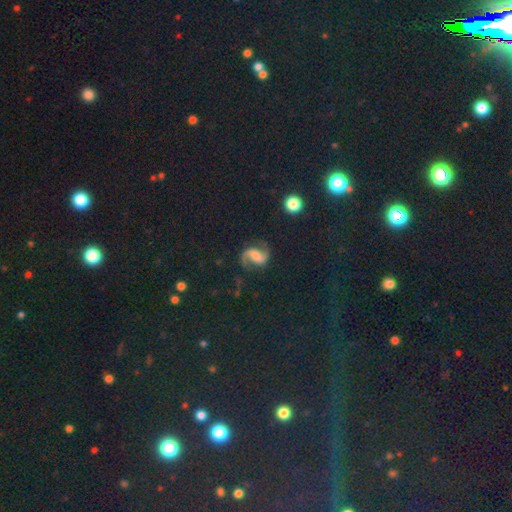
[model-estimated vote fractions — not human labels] Smooth or featured?
  - featured or disk: 78% *
  - star or artifact: 13%
  - smooth: 9%
Edge-on disk?
  - no: 98% *
  - yes: 2%
Bar?
  - weak: 42% *
  - no: 35%
  - strong: 23%
Spiral arms?
  - yes: 97% *
  - no: 3%
Spiral winding?
  - loose: 48% *
  - medium: 42%
  - tight: 10%
Spiral arm count?
  - 2: 94% *
  - 1: 1%
  - can't tell: 1%
  - 3: 1%
  - 4: 1%
  - more than 4: 1%
Bulge size?
  - moderate: 33% *
  - small: 24%
  - none: 21%
  - large: 19%
  - dominant: 4%
Merging?
  - none: 80% *
  - minor disturbance: 12%
  - major disturbance: 6%
  - merger: 2%